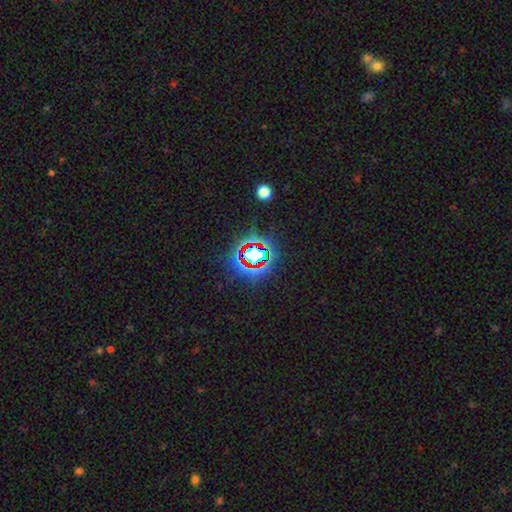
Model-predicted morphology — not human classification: A star or artifact, not a galaxy (75%).